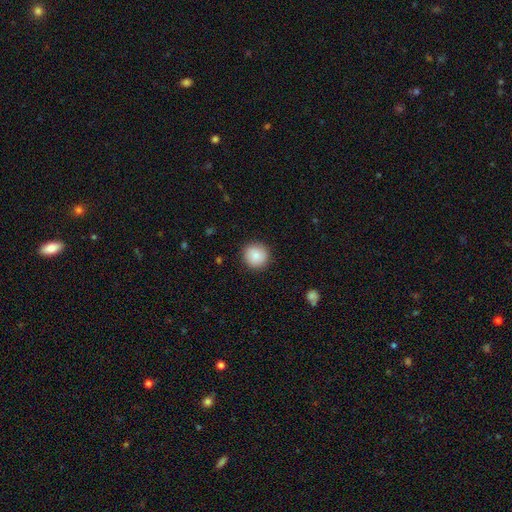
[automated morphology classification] smooth-or-featured: smooth: 85% | star or artifact: 8% | featured or disk: 6%
  how-rounded: round: 94% | in between: 5% | cigar-shaped: 1%
  merging: none: 91% | minor disturbance: 6% | major disturbance: 2% | merger: 1%